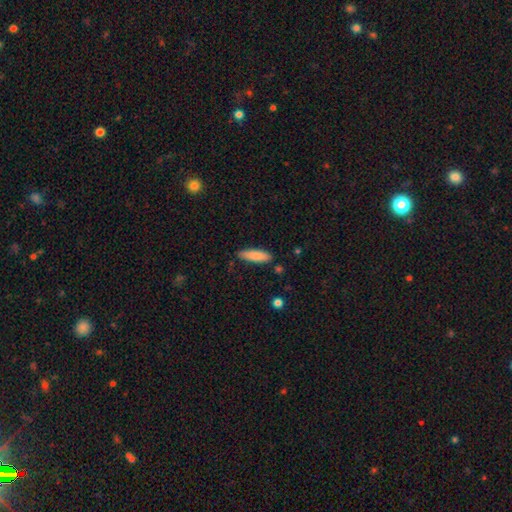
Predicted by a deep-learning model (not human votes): Smooth or featured?
  - smooth: 85% *
  - featured or disk: 9%
  - star or artifact: 6%
How rounded?
  - cigar-shaped: 60% *
  - in between: 38%
  - round: 2%
Merging?
  - none: 84% *
  - minor disturbance: 12%
  - major disturbance: 2%
  - merger: 2%